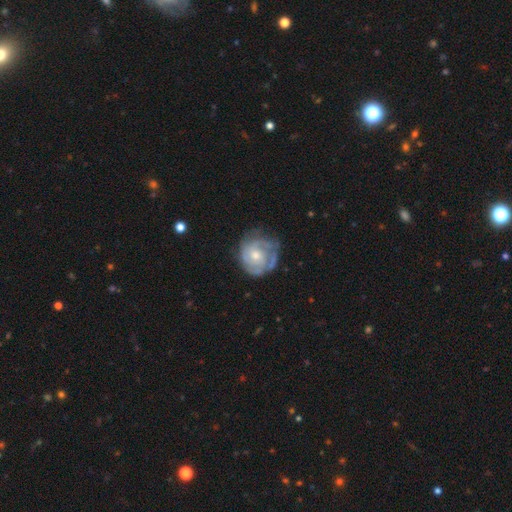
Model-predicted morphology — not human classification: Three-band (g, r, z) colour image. It shows a featured or disk galaxy (73%) with no bar (77%), tight (64%) spiral arms (83%) and a moderate central bulge (57%). Merging: none (61%).